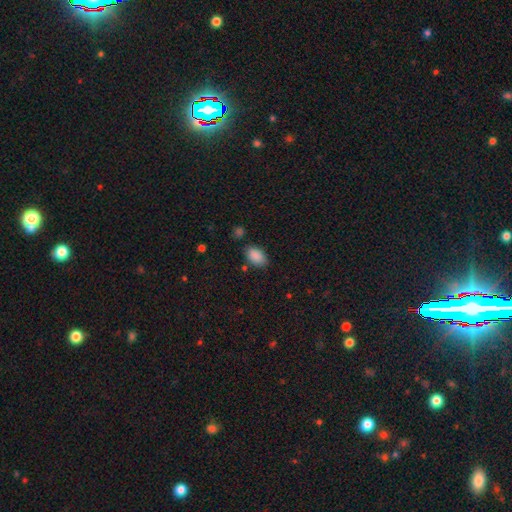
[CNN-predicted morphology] Smooth or featured?
  - smooth: 89% *
  - star or artifact: 8%
  - featured or disk: 4%
How rounded?
  - in between: 91% *
  - round: 7%
  - cigar-shaped: 2%
Merging?
  - none: 79% *
  - minor disturbance: 14%
  - major disturbance: 4%
  - merger: 3%